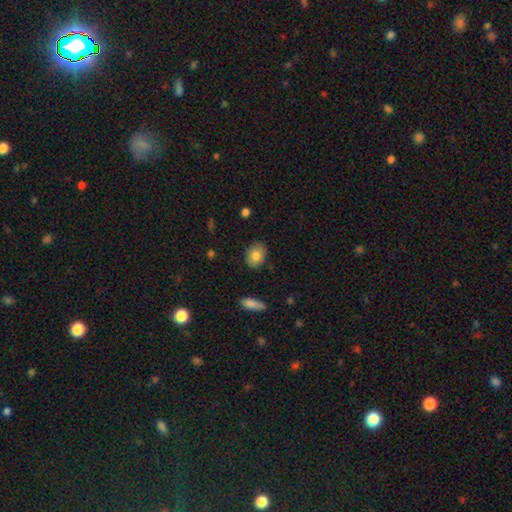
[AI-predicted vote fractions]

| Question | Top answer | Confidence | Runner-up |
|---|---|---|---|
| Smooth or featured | smooth | 83% | featured or disk (10%) |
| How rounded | in between | 71% | round (28%) |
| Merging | none | 85% | minor disturbance (12%) |